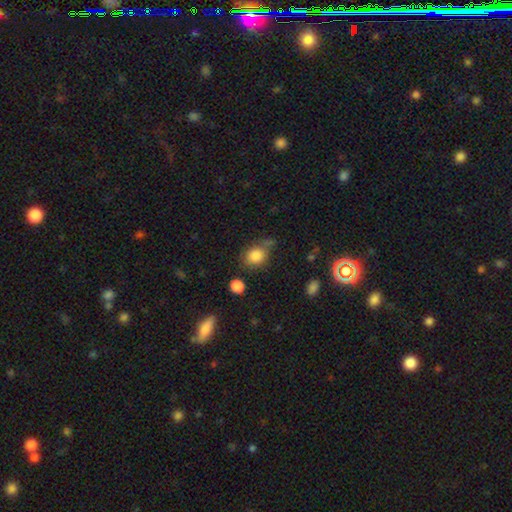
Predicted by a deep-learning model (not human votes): Q: Smooth or featured?
A: smooth (83%); runner-up: star or artifact (9%)
Q: How rounded?
A: round (53%); runner-up: in between (45%)
Q: Merging?
A: none (53%); runner-up: minor disturbance (28%)